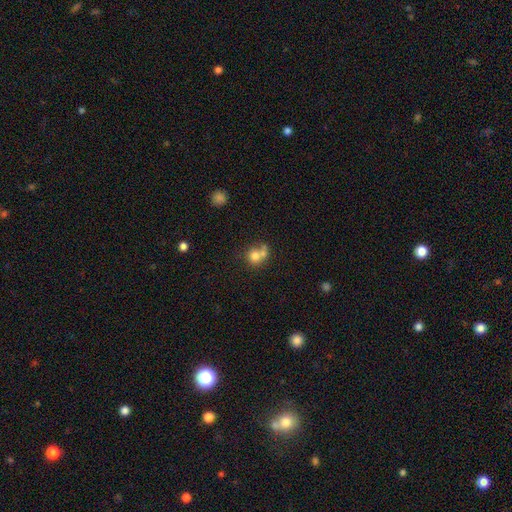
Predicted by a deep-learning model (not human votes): This appears to be a smooth galaxy with no disk features (74%) that is round (79%). Merging: merger (52%).